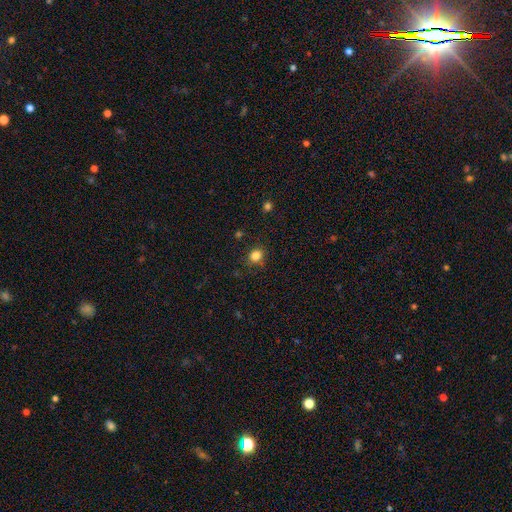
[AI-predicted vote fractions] smooth_or_featured: smooth (p=0.83) [alt: star or artifact p=0.12]
how_rounded: round (p=0.70) [alt: in between p=0.29]
merging: none (p=0.82) [alt: minor disturbance p=0.13]